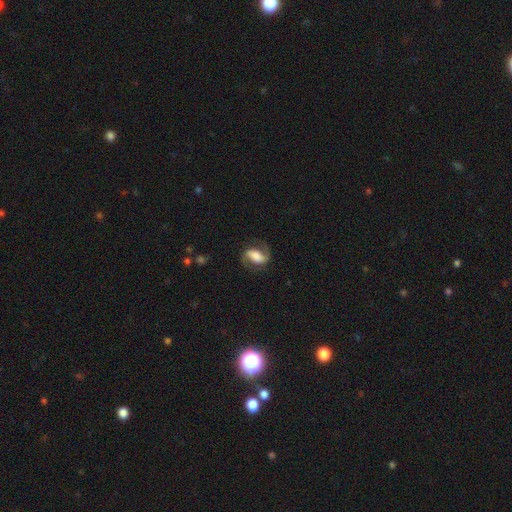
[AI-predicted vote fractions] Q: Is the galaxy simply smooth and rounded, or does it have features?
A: featured or disk — 75%.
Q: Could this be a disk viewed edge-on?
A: no — 97%.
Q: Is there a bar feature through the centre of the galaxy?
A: strong — 39%.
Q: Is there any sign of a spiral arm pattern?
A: yes — 94%.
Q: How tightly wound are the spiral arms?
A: medium — 49%.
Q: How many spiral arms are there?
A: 2 — 90%.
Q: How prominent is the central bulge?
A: large — 36%.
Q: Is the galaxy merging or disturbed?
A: none — 74%.